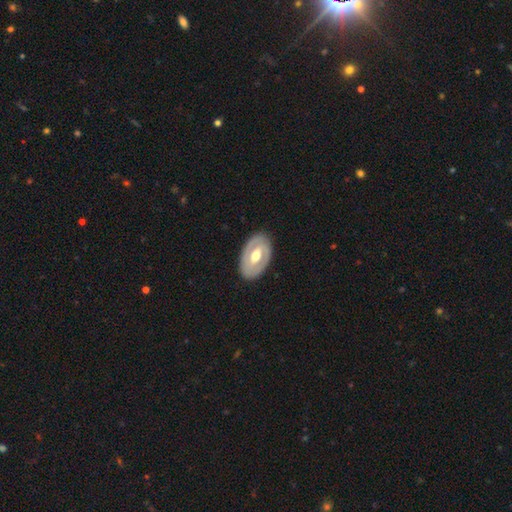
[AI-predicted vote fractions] Smooth or featured? featured or disk (66%)
Edge-on disk? no (92%)
Bar? weak (38%)
Spiral arms? no (58%)
Bulge size? moderate (72%)
Merging? none (85%)